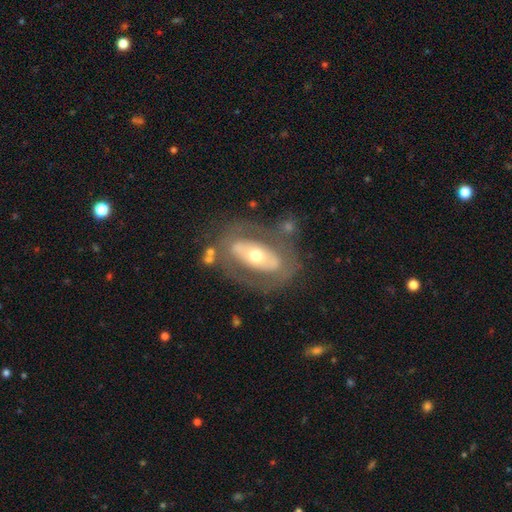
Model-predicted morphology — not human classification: A featured or disk galaxy (66%) with no bar (62%), no spiral arms (74%) and a moderate central bulge (61%).

Vote fractions:
- Smooth or featured? featured or disk: 66% / smooth: 28% / star or artifact: 6%
- Edge-on disk? no: 89% / yes: 11%
- Bar? no: 62% / strong: 21% / weak: 17%
- Spiral arms? no: 74% / yes: 26%
- Bulge size? moderate: 61% / small: 28% / large: 8% / dominant: 1% / none: 1%
- Merging? none: 67% / minor disturbance: 16% / major disturbance: 12% / merger: 5%